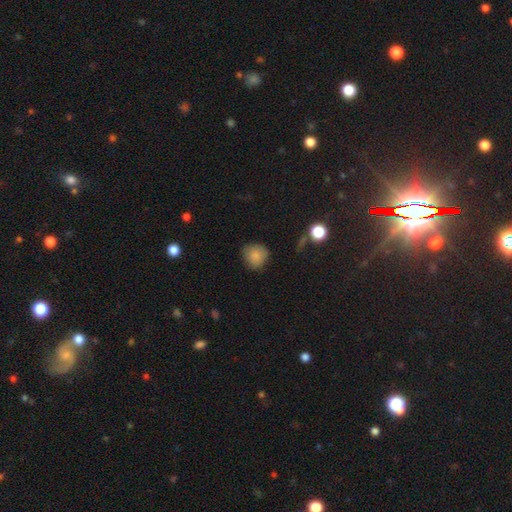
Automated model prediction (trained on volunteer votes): The model was most divided on "merging": none: 73%, minor disturbance: 21%, major disturbance: 4%, merger: 2%. More confident: how rounded — round (87%); smooth or featured — smooth (84%).